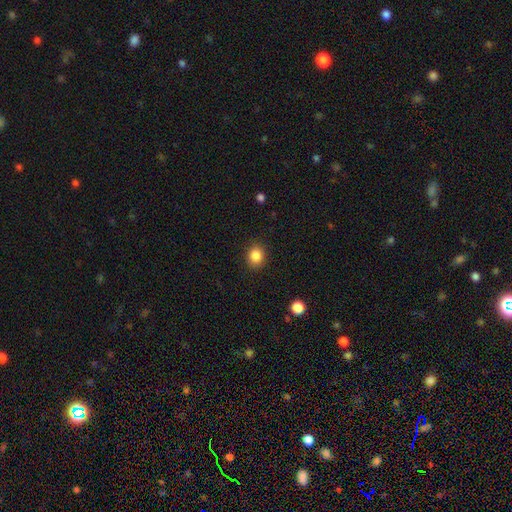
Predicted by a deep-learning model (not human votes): Morphology: type=smooth (86%); roundness=round (66%); merging=none (88%).